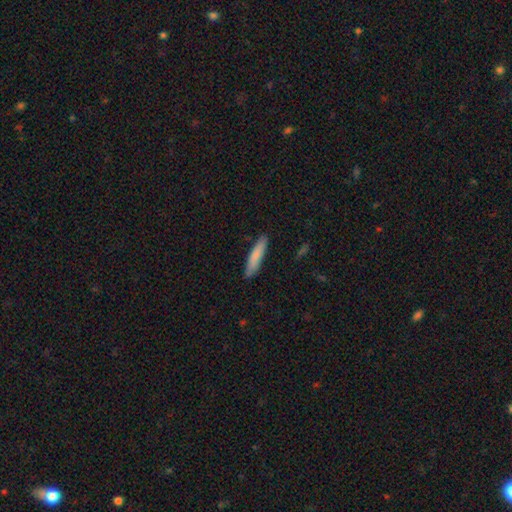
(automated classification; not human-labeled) A smooth galaxy with no disk features (81%) that is cigar-shaped (88%).

Vote fractions:
- Smooth or featured? smooth: 81% / featured or disk: 14% / star or artifact: 6%
- How rounded? cigar-shaped: 88% / in between: 11% / round: 1%
- Merging? none: 87% / minor disturbance: 10% / major disturbance: 2% / merger: 1%